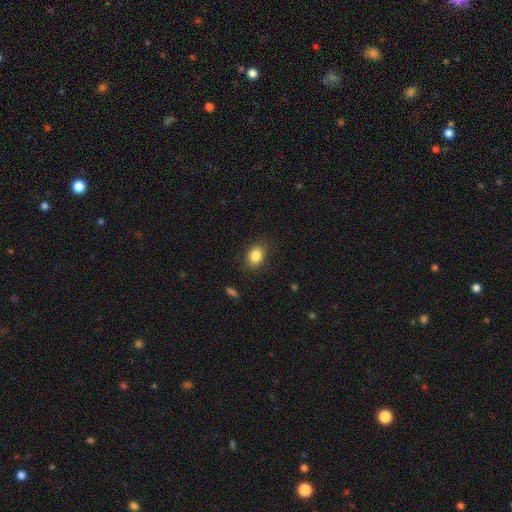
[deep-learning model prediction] Smooth or featured: smooth — 85% (star or artifact — 9%)
How rounded: in between — 64% (round — 35%)
Merging: none — 85% (minor disturbance — 11%)